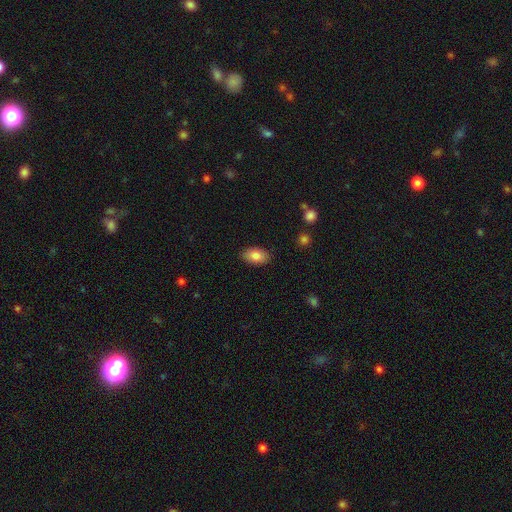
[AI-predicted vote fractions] Q: Smooth or featured?
A: smooth (83%); runner-up: featured or disk (10%)
Q: How rounded?
A: in between (91%); runner-up: round (7%)
Q: Merging?
A: none (86%); runner-up: minor disturbance (11%)